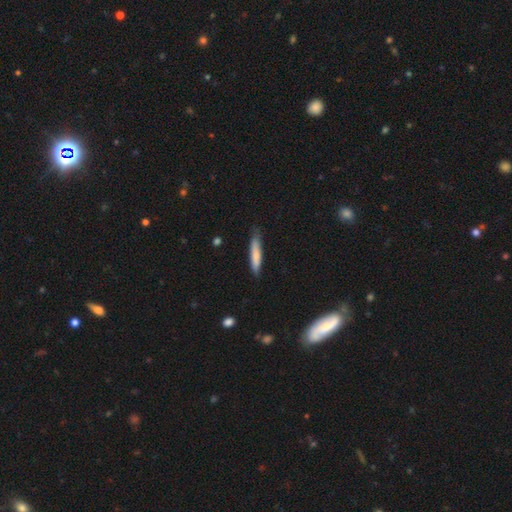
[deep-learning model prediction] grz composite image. It shows a smooth galaxy with no disk features (77%) that is cigar-shaped (89%). Merging: none (77%).